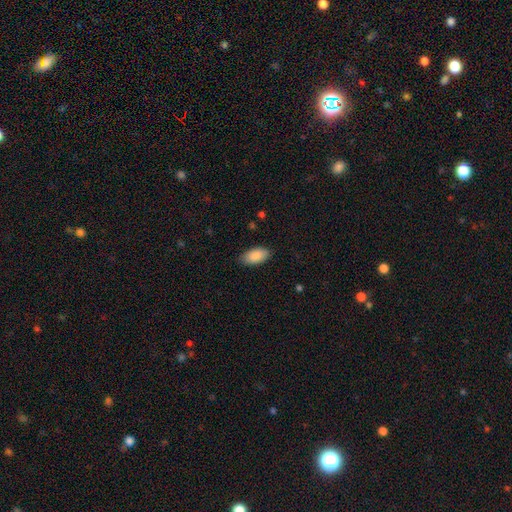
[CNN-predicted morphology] smooth-or-featured: smooth: 88% | star or artifact: 6% | featured or disk: 5%
  how-rounded: in between: 94% | cigar-shaped: 4% | round: 2%
  merging: none: 85% | minor disturbance: 12% | major disturbance: 2% | merger: 1%